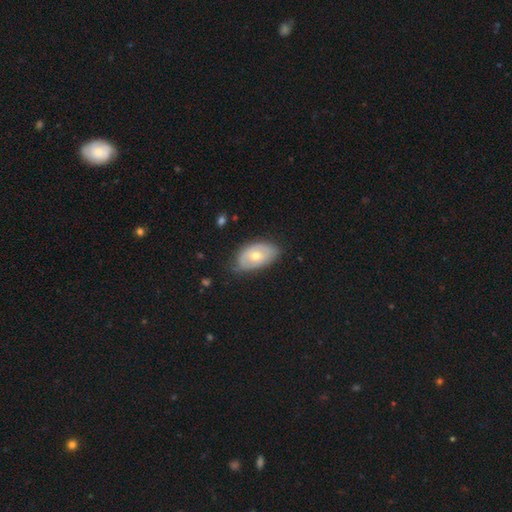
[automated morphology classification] smooth_or_featured: smooth (p=0.51) [alt: featured or disk p=0.43]
how_rounded: in between (p=0.91) [alt: round p=0.07]
merging: none (p=0.70) [alt: minor disturbance p=0.25]